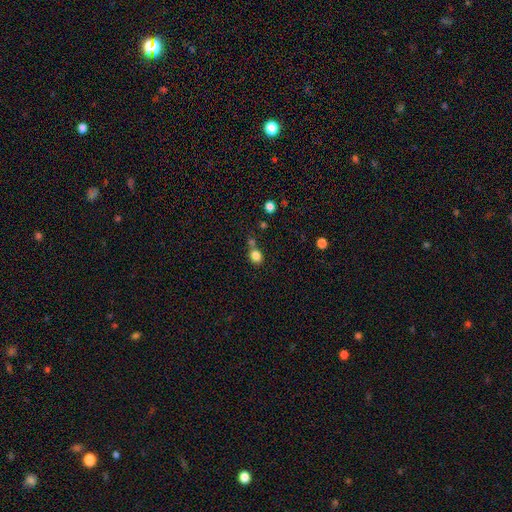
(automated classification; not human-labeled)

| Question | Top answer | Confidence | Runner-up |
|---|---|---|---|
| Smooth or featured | smooth | 83% | star or artifact (11%) |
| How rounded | round | 69% | in between (30%) |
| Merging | none | 60% | merger (23%) |